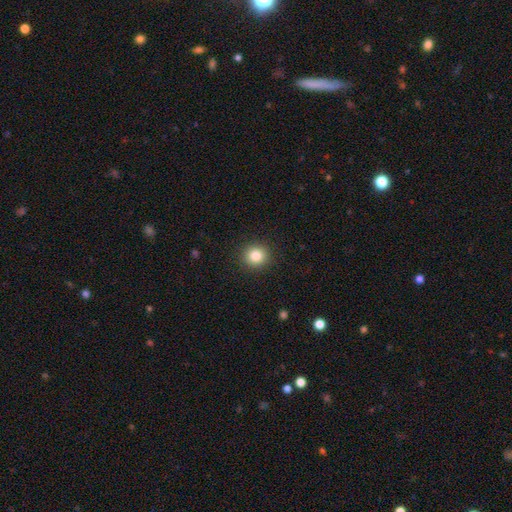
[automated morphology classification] A smooth galaxy with no disk features (84%) that is round (91%). Merging: none (92%).